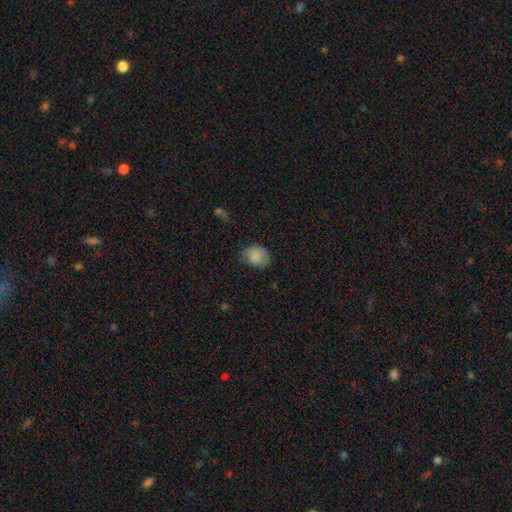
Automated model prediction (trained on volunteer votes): smooth_or_featured: smooth (p=0.85) [alt: star or artifact p=0.08]
how_rounded: round (p=0.52) [alt: in between p=0.47]
merging: none (p=0.66) [alt: minor disturbance p=0.26]